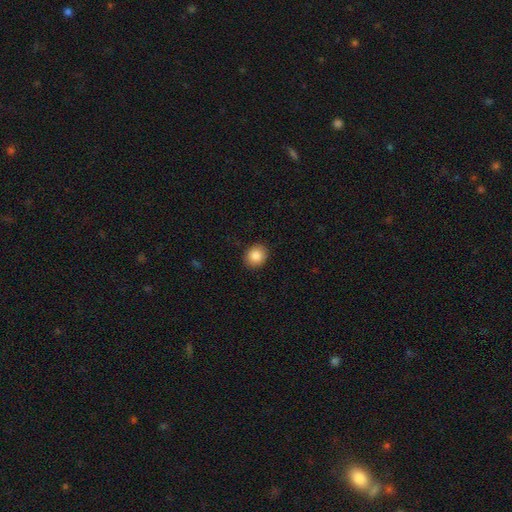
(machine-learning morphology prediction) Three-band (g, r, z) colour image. It shows a smooth galaxy with no disk features (86%) that is round (73%). Merging: none (90%).